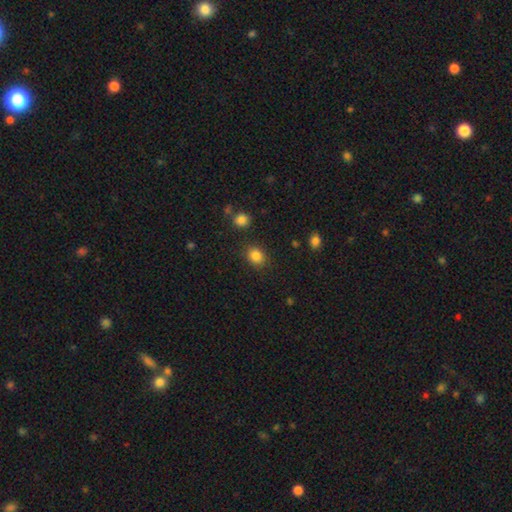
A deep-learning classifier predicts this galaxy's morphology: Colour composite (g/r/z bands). It shows a smooth galaxy with no disk features (85%) that is round (52%). Merging: none (84%).